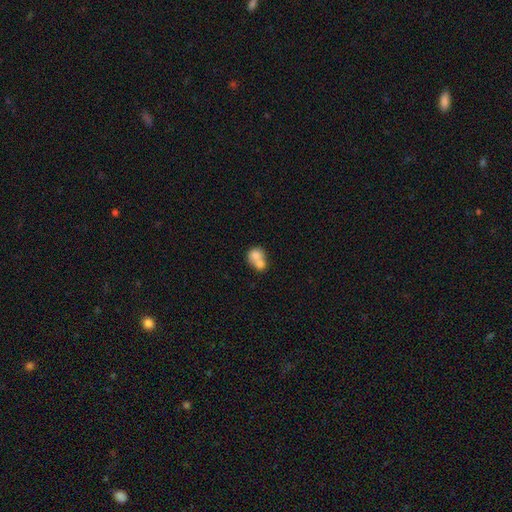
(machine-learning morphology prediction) smooth-or-featured: smooth: 73% | featured or disk: 19% | star or artifact: 9%
  how-rounded: round: 73% | in between: 26% | cigar-shaped: 1%
  merging: merger: 68% | none: 23% | minor disturbance: 6% | major disturbance: 3%